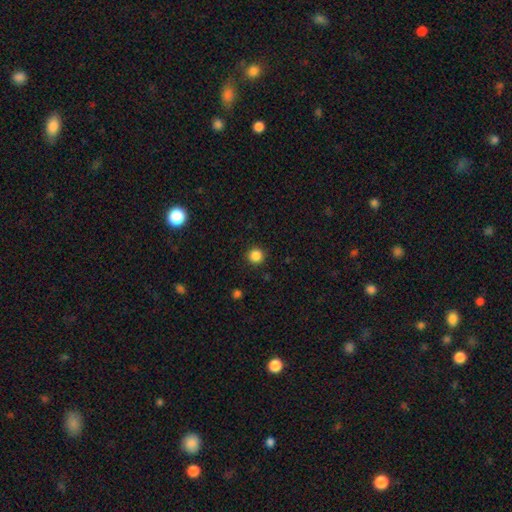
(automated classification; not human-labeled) Smooth or featured? Predicted: smooth (p=0.86). How rounded? Predicted: round (p=0.96). Merging? Predicted: none (p=0.93).